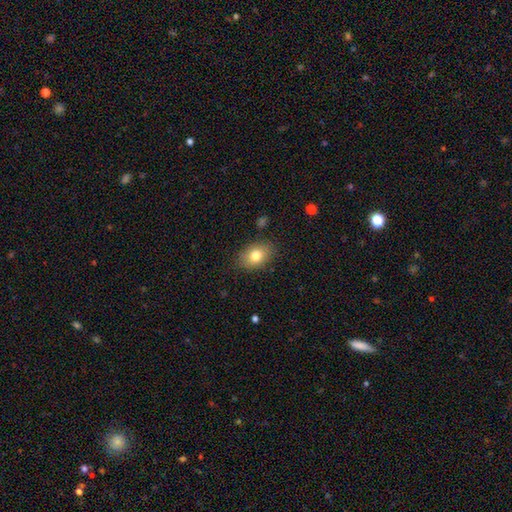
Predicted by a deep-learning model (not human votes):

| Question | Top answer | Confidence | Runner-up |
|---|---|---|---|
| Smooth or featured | smooth | 79% | featured or disk (13%) |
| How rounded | in between | 80% | round (19%) |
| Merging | none | 84% | minor disturbance (12%) |